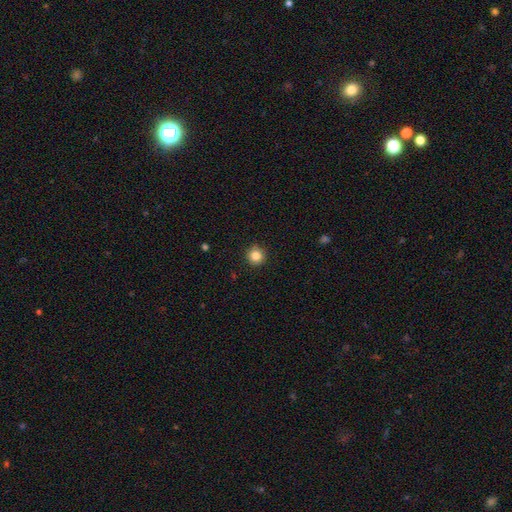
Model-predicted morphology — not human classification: Overall: smooth (84%). How rounded: round (95%). Merging: none (92%).